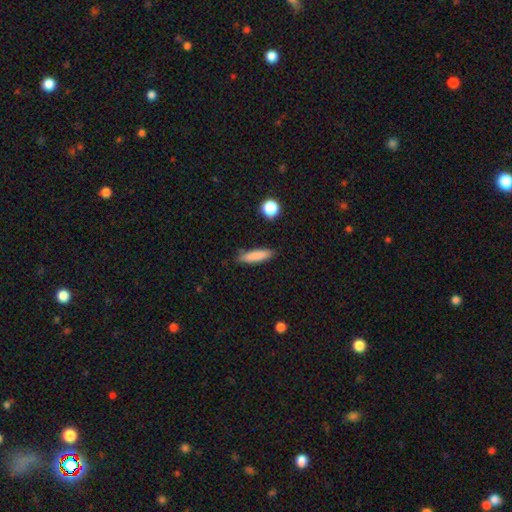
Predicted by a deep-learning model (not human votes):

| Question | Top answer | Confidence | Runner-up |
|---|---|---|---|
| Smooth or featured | smooth | 84% | featured or disk (9%) |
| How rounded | cigar-shaped | 76% | in between (22%) |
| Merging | none | 85% | minor disturbance (11%) |